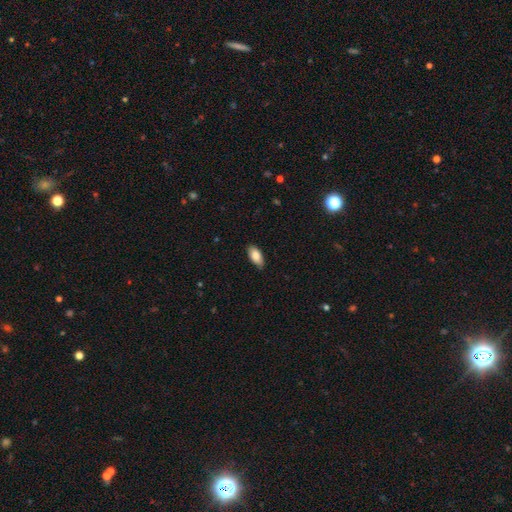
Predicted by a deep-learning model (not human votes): Overall: smooth (85%). How rounded: in between (92%). Merging: none (81%).